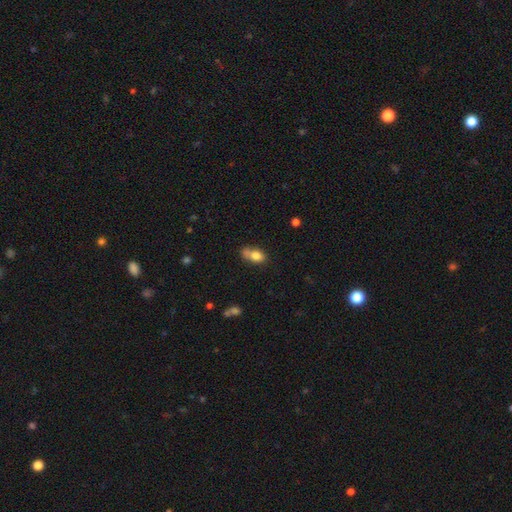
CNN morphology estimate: Smooth or featured? smooth (78%)
How rounded? in between (76%)
Merging? none (39%)